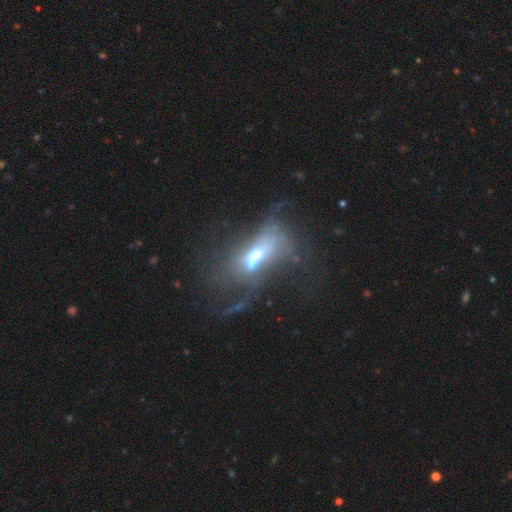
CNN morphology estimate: Q: Smooth or featured?
A: featured or disk (60%); runner-up: smooth (27%)
Q: Edge-on disk?
A: no (82%); runner-up: yes (18%)
Q: Merging?
A: major disturbance (47%); runner-up: none (23%)